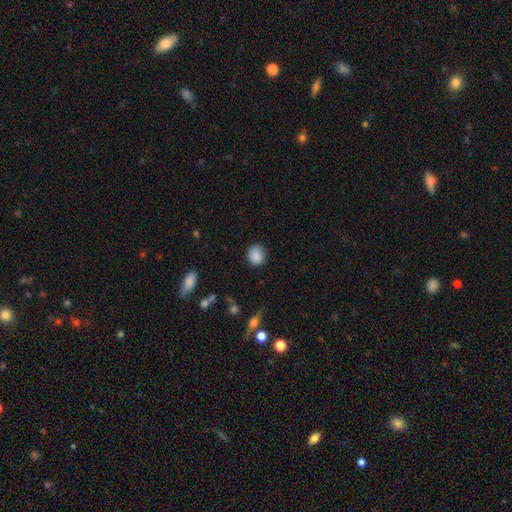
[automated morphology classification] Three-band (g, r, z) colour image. It shows a smooth galaxy with no disk features (87%) that is round (77%). Merging: none (75%).